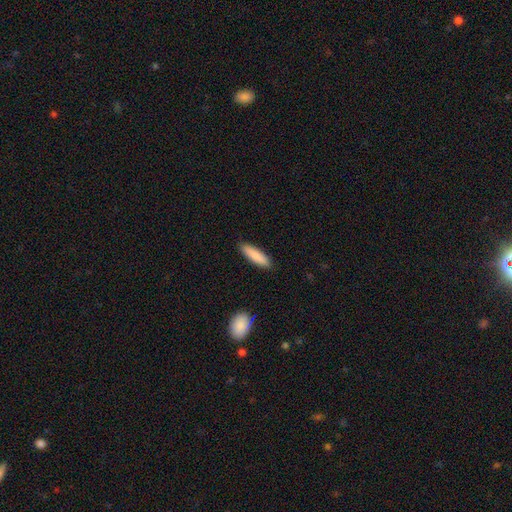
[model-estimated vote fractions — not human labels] Morphology: type=smooth (86%); roundness=cigar-shaped (71%); merging=none (89%).